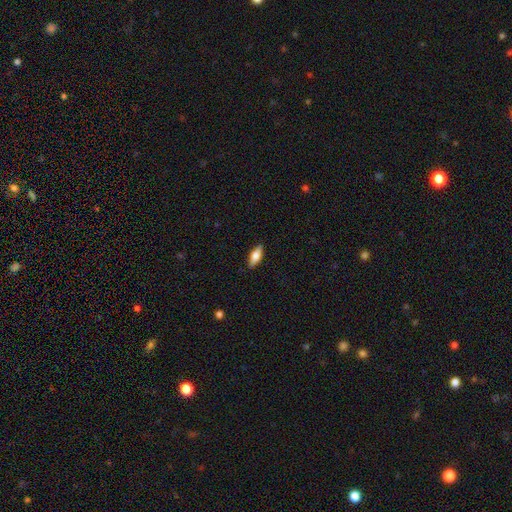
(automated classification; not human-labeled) The model was most divided on "how rounded": in between: 65%, cigar-shaped: 33%, round: 3%. More confident: merging — none (88%); smooth or featured — smooth (63%).